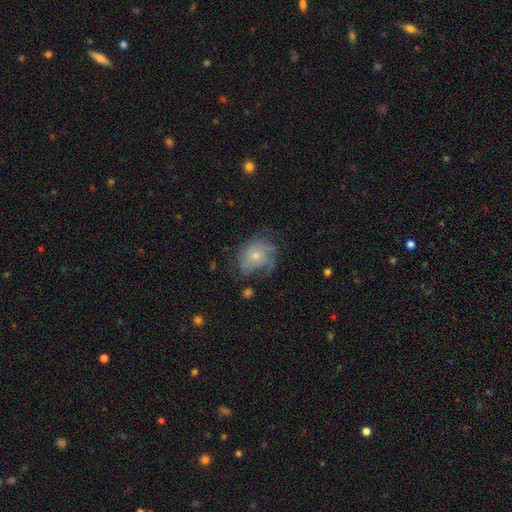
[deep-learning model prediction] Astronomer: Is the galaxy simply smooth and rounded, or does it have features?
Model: featured or disk — 56% (runner-up: smooth, 34%).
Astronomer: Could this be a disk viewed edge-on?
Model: no — 97%.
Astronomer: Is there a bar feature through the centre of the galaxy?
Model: no — 84%.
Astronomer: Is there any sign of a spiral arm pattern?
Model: yes — 76%.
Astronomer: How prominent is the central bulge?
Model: small — 62%.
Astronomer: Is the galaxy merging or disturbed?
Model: none — 49% (runner-up: minor disturbance, 27%).